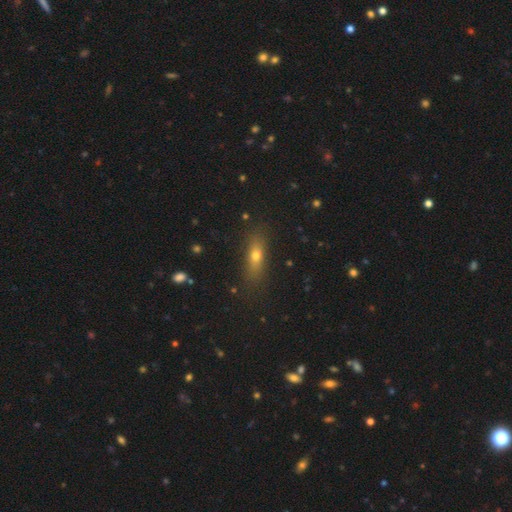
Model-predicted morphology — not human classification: This appears to be a smooth galaxy with no disk features (64%) that is cigar-shaped (49%). Merging: none (82%).